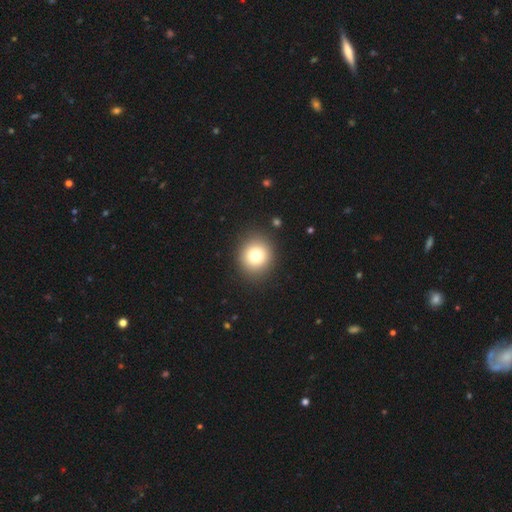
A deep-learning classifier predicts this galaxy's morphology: Smooth or featured? Predicted: smooth (p=0.78). How rounded? Predicted: round (p=0.87). Merging? Predicted: none (p=0.89).